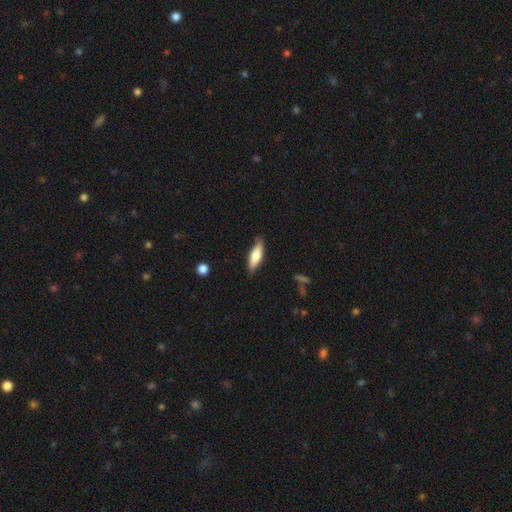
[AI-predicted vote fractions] Smooth or featured: smooth — 70% (featured or disk — 25%)
How rounded: cigar-shaped — 50% (in between — 48%)
Merging: none — 82% (minor disturbance — 14%)